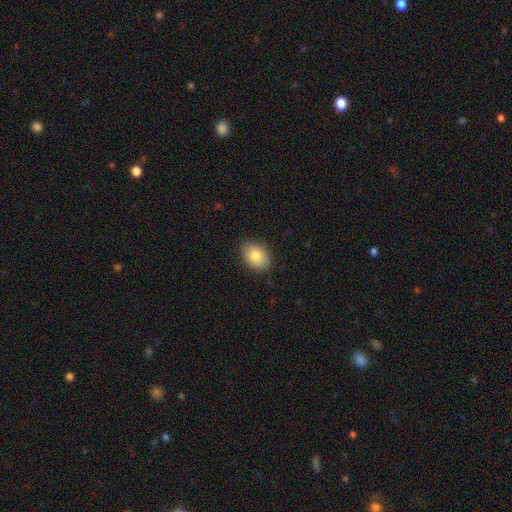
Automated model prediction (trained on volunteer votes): Smooth or featured? smooth (82%)
How rounded? in between (75%)
Merging? none (88%)